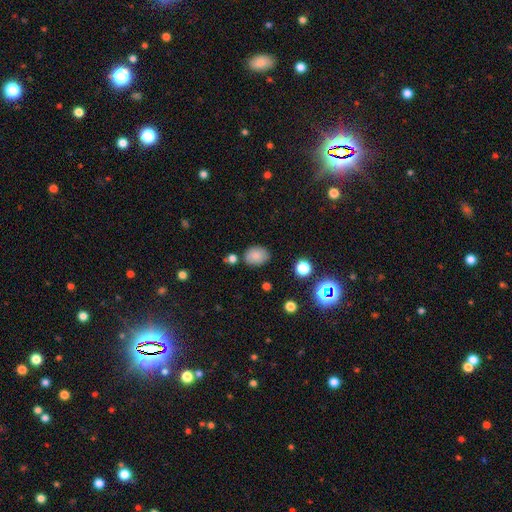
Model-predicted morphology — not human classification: A smooth galaxy with no disk features (83%) that is in between round and cigar-shaped (67%).

Vote fractions:
- Smooth or featured? smooth: 83% / star or artifact: 11% / featured or disk: 6%
- How rounded? in between: 67% / round: 32% / cigar-shaped: 1%
- Merging? none: 78% / minor disturbance: 14% / merger: 5% / major disturbance: 3%